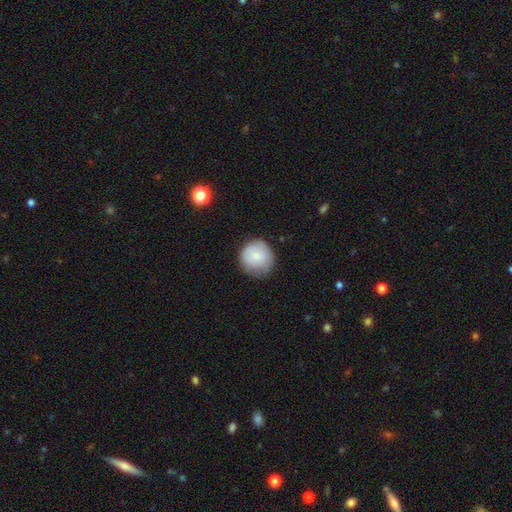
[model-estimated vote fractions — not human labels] Smooth or featured?
  - smooth: 84% *
  - featured or disk: 9%
  - star or artifact: 7%
How rounded?
  - round: 91% *
  - in between: 8%
  - cigar-shaped: 1%
Merging?
  - none: 77% *
  - minor disturbance: 17%
  - major disturbance: 4%
  - merger: 1%